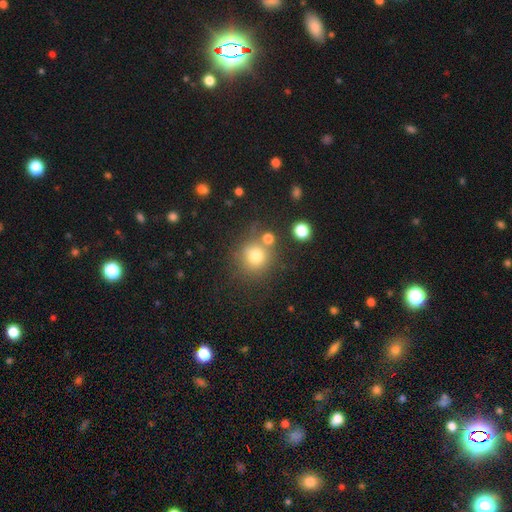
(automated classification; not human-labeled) This appears to be a smooth galaxy with no disk features (77%) that is round (89%). Merging: none (68%).